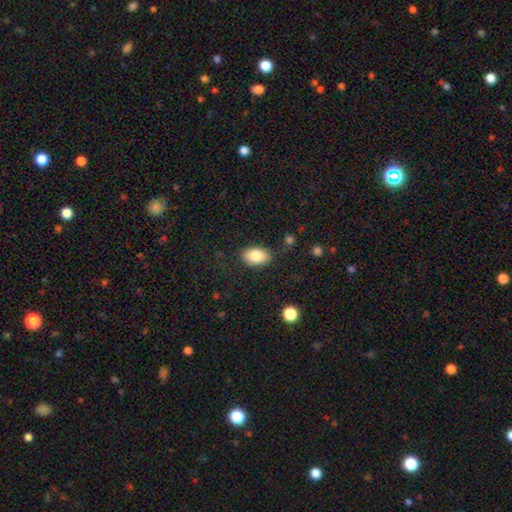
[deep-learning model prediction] A smooth galaxy with no disk features (82%) that is in between round and cigar-shaped (88%).

Vote fractions:
- Smooth or featured? smooth: 82% / featured or disk: 10% / star or artifact: 8%
- How rounded? in between: 88% / round: 10% / cigar-shaped: 1%
- Merging? none: 82% / minor disturbance: 13% / major disturbance: 3% / merger: 2%